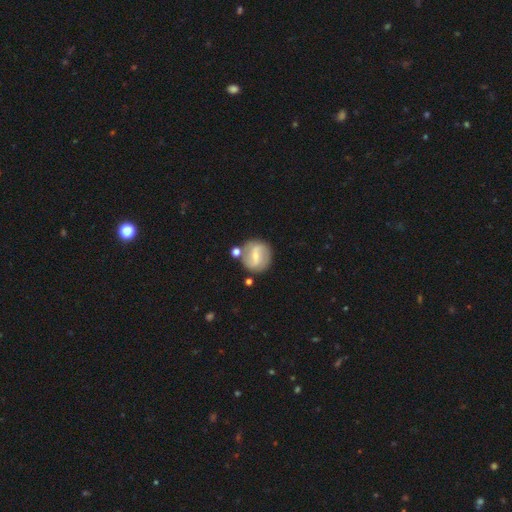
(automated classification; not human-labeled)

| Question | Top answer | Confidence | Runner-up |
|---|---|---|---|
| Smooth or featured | featured or disk | 63% | smooth (30%) |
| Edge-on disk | no | 96% | yes (4%) |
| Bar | strong | 44% | weak (40%) |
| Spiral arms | yes | 76% | no (24%) |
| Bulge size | small | 63% | moderate (26%) |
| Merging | none | 73% | minor disturbance (13%) |